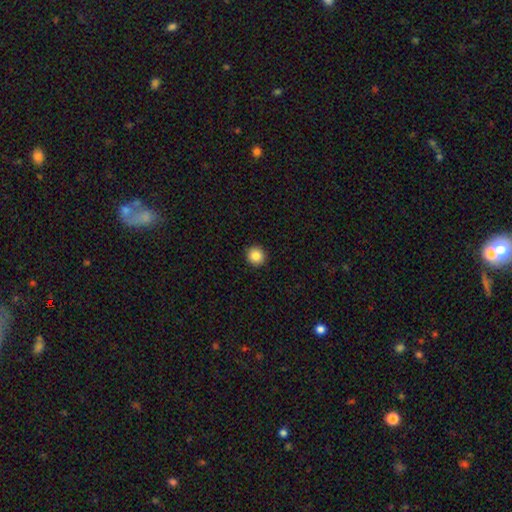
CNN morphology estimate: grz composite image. It shows a smooth galaxy with no disk features (85%) that is round (93%). Merging: none (93%).